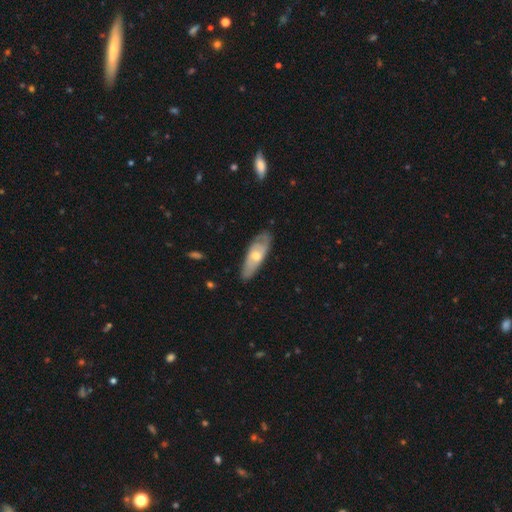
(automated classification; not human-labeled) smooth-or-featured: featured or disk: 54% | smooth: 40% | star or artifact: 6%
  disk-edge-on: no: 70% | yes: 30%
  merging: none: 76% | minor disturbance: 19% | major disturbance: 4% | merger: 1%